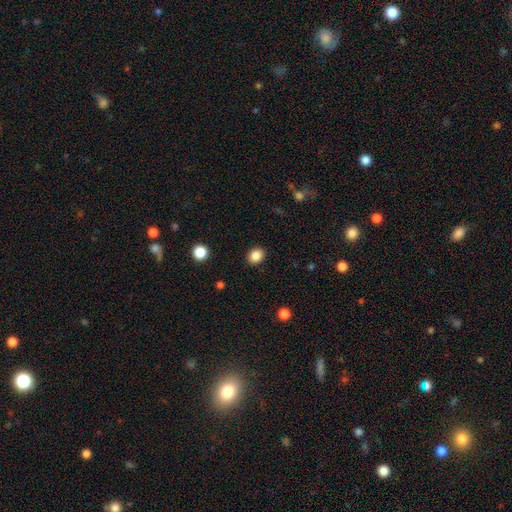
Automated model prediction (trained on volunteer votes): The model was most divided on "how rounded": round: 64%, in between: 35%, cigar-shaped: 1%. More confident: merging — none (90%); smooth or featured — smooth (86%).